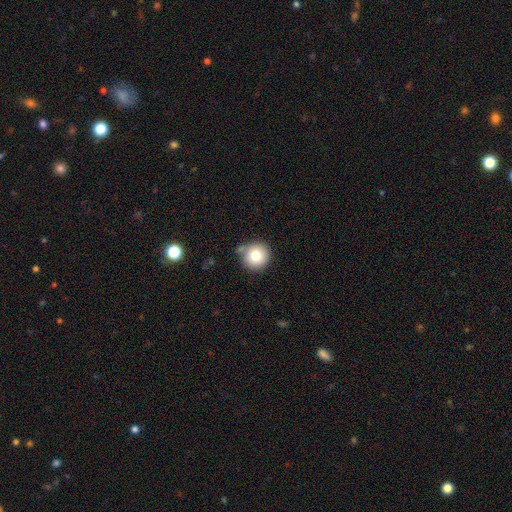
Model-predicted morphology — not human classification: Q: Smooth or featured?
A: smooth (81%); runner-up: star or artifact (10%)
Q: How rounded?
A: round (94%); runner-up: in between (5%)
Q: Merging?
A: none (74%); runner-up: minor disturbance (14%)